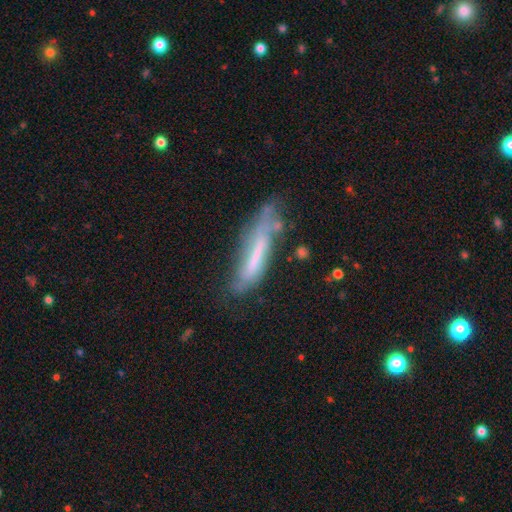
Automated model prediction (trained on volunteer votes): Smooth or featured? featured or disk (47%)
Merging? none (43%)